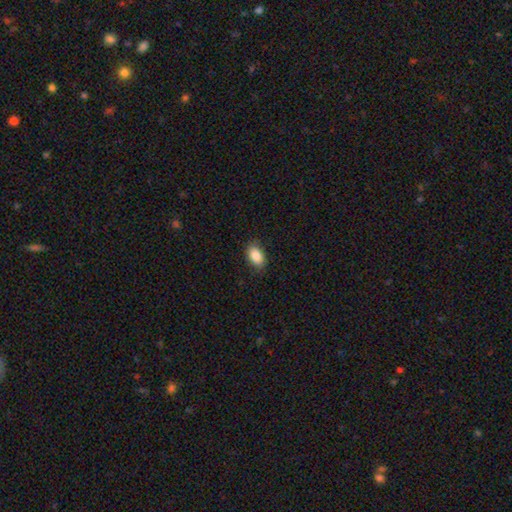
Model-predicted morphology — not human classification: Smooth or featured? smooth (88%)
How rounded? in between (91%)
Merging? none (85%)